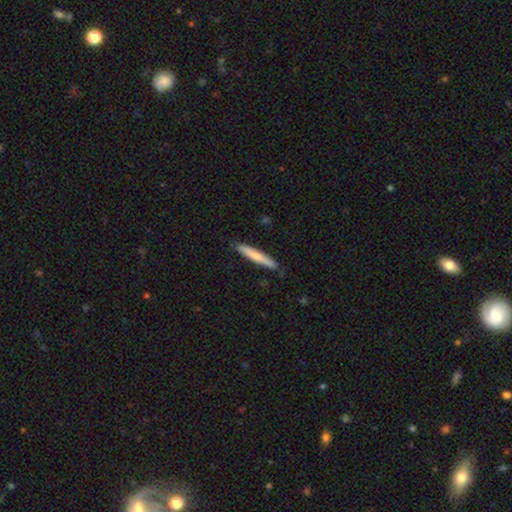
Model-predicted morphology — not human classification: smooth_or_featured: smooth (p=0.68) [alt: featured or disk p=0.27]
how_rounded: cigar-shaped (p=0.94) [alt: in between p=0.05]
merging: none (p=0.88) [alt: minor disturbance p=0.09]